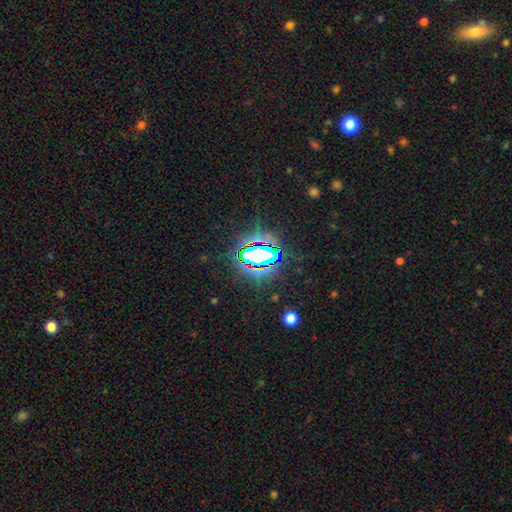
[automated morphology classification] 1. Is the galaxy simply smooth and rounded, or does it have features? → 70% star or artifact, 16% smooth, 13% featured or disk.